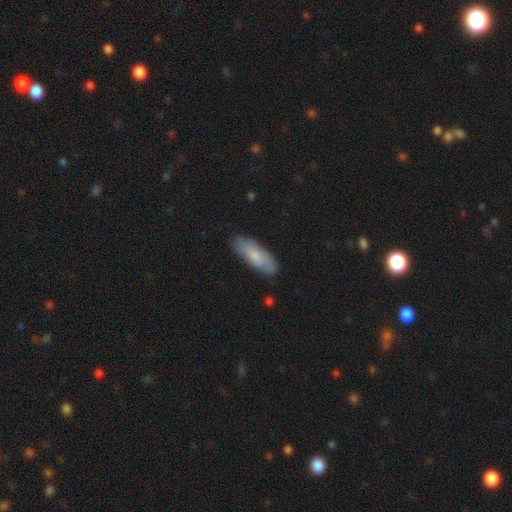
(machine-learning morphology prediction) type=smooth (76%); roundness=in between (62%); merging=none (83%).